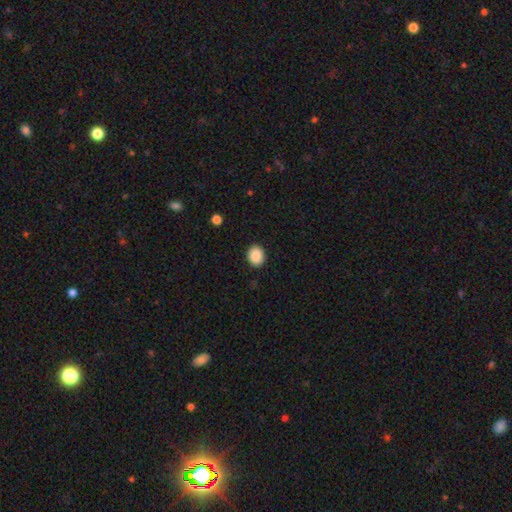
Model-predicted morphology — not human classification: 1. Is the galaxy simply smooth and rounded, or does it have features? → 89% smooth, 8% star or artifact, 3% featured or disk.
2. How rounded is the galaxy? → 58% round, 41% in between, 1% cigar-shaped.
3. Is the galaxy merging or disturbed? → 91% none, 6% minor disturbance, 2% major disturbance, 1% merger.